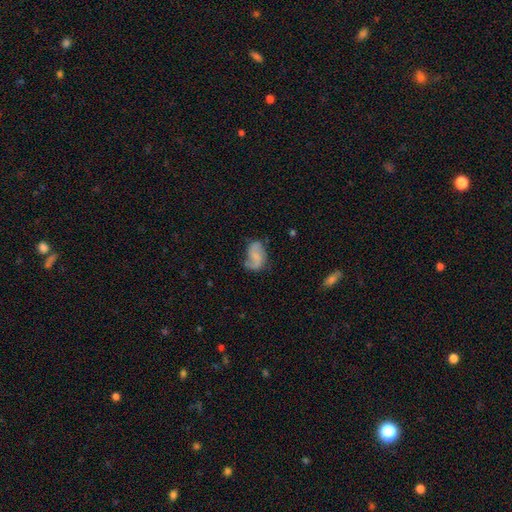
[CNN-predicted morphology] type=featured or disk (66%); edge-on=no (98%); bar=no (52%); spiral arms=yes (91%); winding=loose (51%); arm count=2 (82%); bulge=none (45%); merging=none (59%).